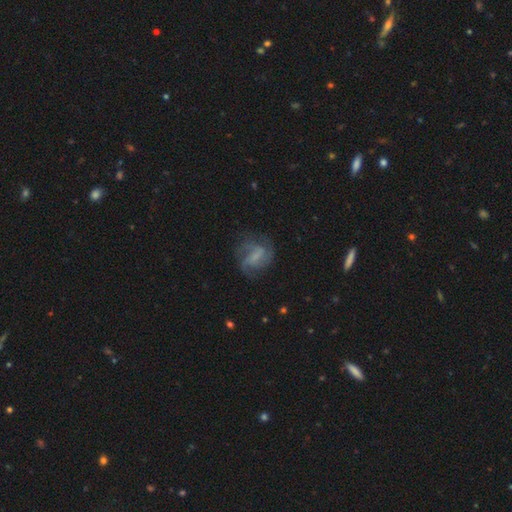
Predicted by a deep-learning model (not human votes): featured or disk 68%, smooth 23%, star or artifact 9%. Down the decision tree: edge-on disk — no (97%); bar — weak (46%); spiral arms — yes (88%); spiral arm count — 2 (33%); spiral winding — medium (46%); bulge size — none (44%); merging — none (61%).